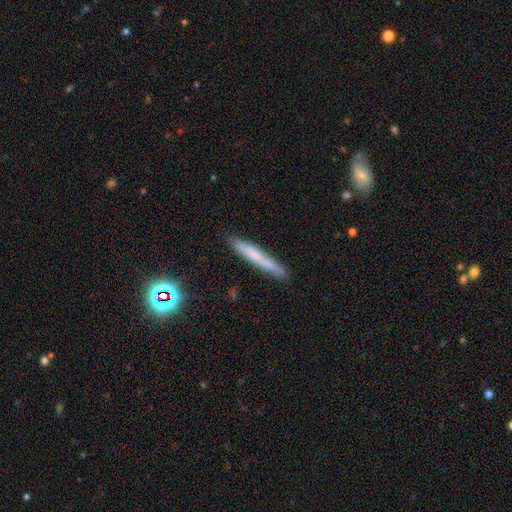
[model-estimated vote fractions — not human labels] The model was most divided on "smooth or featured": smooth: 63%, featured or disk: 28%, star or artifact: 9%. More confident: how rounded — cigar-shaped (95%); merging — none (83%).